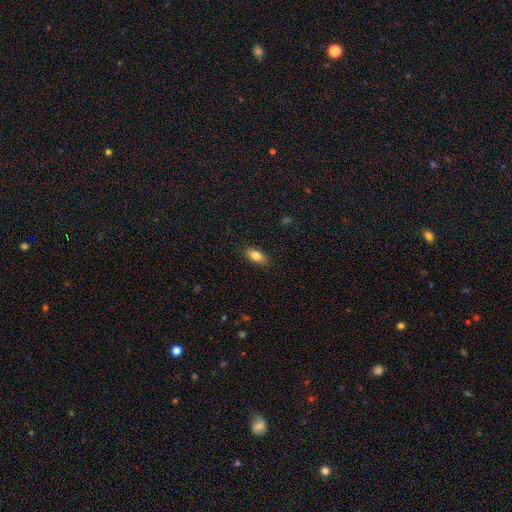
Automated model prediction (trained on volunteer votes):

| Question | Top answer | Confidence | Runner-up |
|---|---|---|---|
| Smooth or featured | smooth | 82% | featured or disk (11%) |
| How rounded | in between | 87% | cigar-shaped (9%) |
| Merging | none | 88% | minor disturbance (9%) |